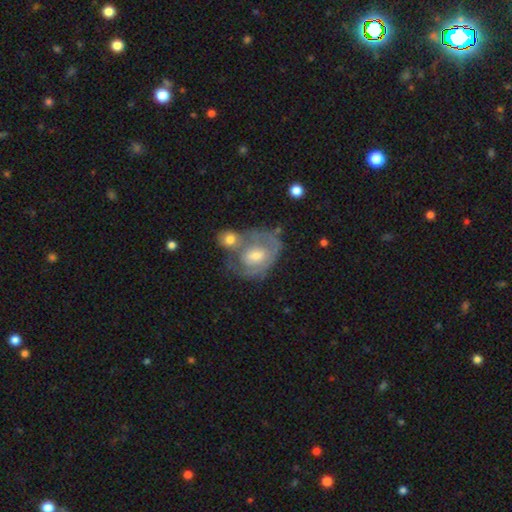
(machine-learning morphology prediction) featured or disk 64%, smooth 29%, star or artifact 7%. Down the decision tree: edge-on disk — no (96%); bar — no (64%); spiral arms — yes (64%); bulge size — moderate (59%); merging — merger (40%).